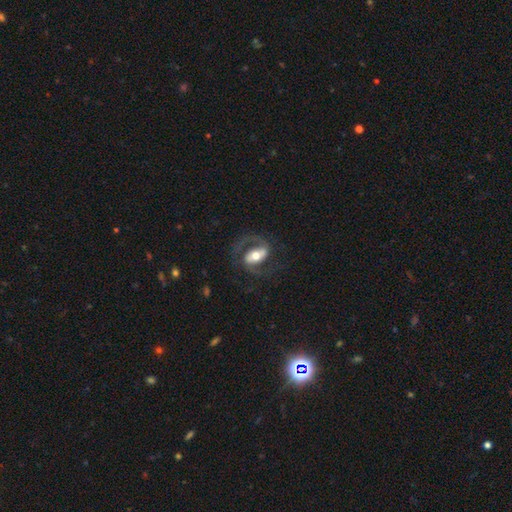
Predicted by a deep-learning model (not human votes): Smooth or featured? featured or disk (78%)
Edge-on disk? no (96%)
Bar? strong (43%)
Spiral arms? yes (90%)
Spiral winding? medium (54%)
Spiral arm count? 2 (83%)
Bulge size? moderate (65%)
Merging? none (65%)